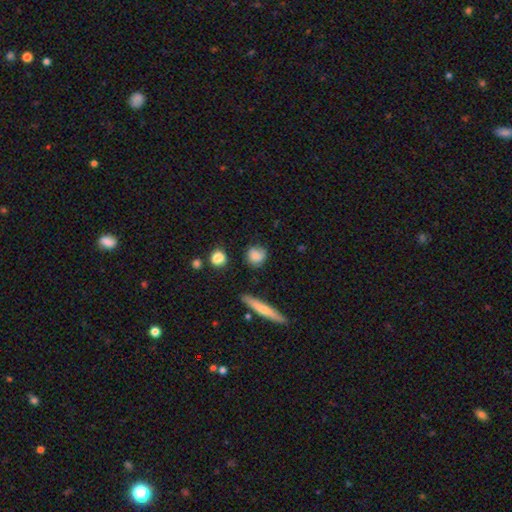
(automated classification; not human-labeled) Q: Smooth or featured?
A: smooth (75%); runner-up: featured or disk (16%)
Q: How rounded?
A: round (75%); runner-up: in between (21%)
Q: Merging?
A: none (66%); runner-up: minor disturbance (23%)